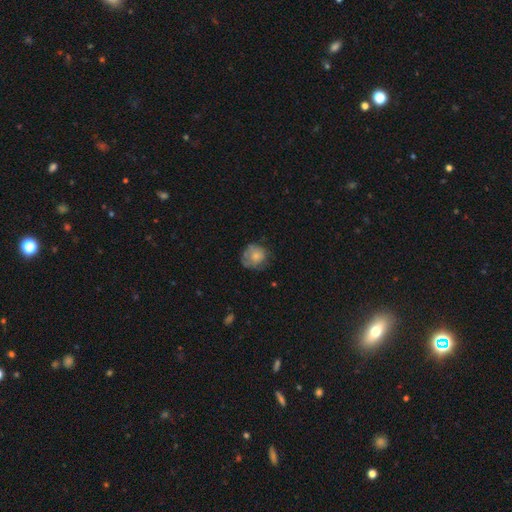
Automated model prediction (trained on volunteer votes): Smooth or featured: smooth — 69% (featured or disk — 22%)
How rounded: round — 83% (in between — 16%)
Merging: none — 58% (minor disturbance — 28%)